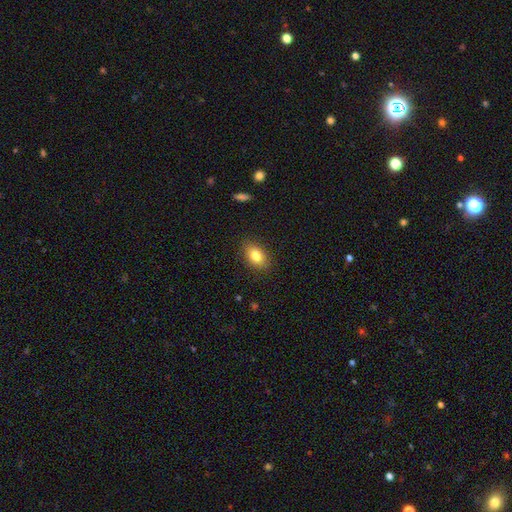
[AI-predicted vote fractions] Morphology: type=smooth (81%); roundness=in between (83%); merging=none (87%).